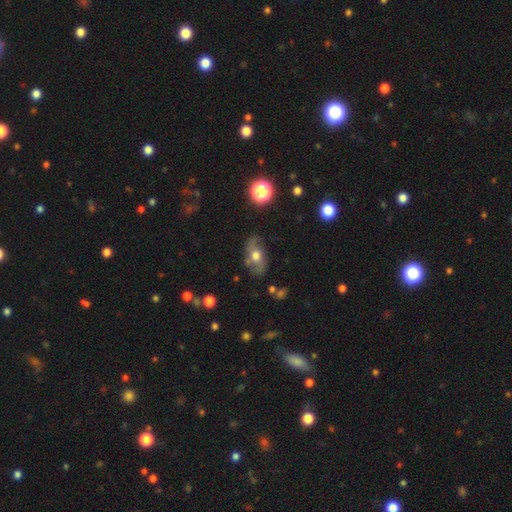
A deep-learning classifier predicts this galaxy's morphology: Smooth or featured?
  - featured or disk: 56% *
  - smooth: 33%
  - star or artifact: 10%
Edge-on disk?
  - no: 88% *
  - yes: 12%
Merging?
  - none: 71% *
  - minor disturbance: 19%
  - major disturbance: 7%
  - merger: 3%